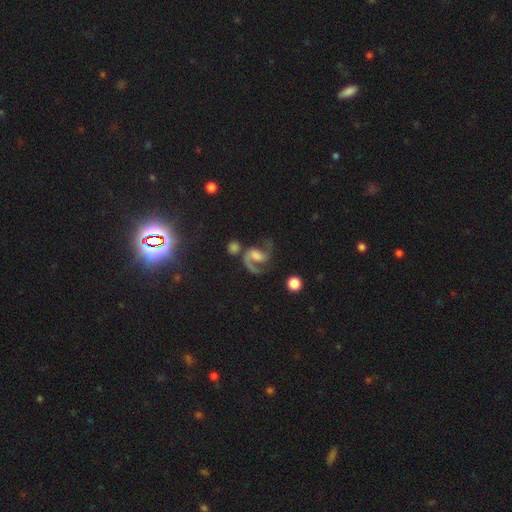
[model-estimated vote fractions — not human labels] Morphology: type=featured or disk (85%); edge-on=no (98%); bar=weak (45%); spiral arms=yes (97%); winding=medium (53%); arm count=2 (82%); bulge=moderate (34%); merging=none (56%).